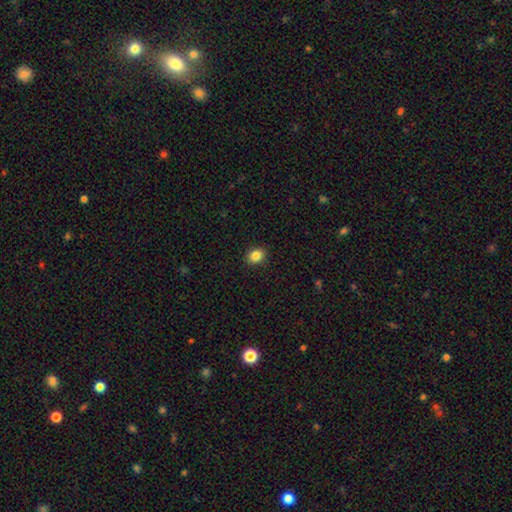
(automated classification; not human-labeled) Smooth or featured?
  - smooth: 86% *
  - star or artifact: 10%
  - featured or disk: 4%
How rounded?
  - round: 54% *
  - in between: 46%
  - cigar-shaped: 1%
Merging?
  - none: 90% *
  - minor disturbance: 7%
  - major disturbance: 2%
  - merger: 1%